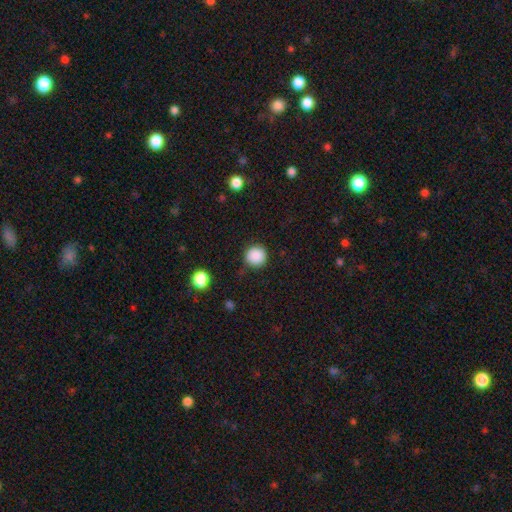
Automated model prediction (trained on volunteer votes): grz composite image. It shows a smooth galaxy with no disk features (88%) that is round (95%). Merging: none (89%).